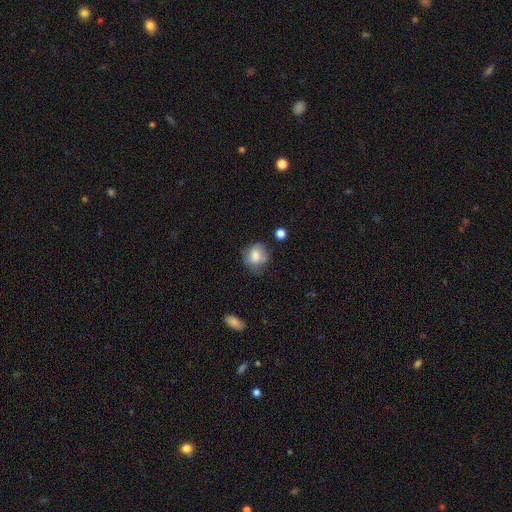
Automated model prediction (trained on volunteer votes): smooth_or_featured: smooth (p=0.75) [alt: featured or disk p=0.16]
how_rounded: round (p=0.70) [alt: in between p=0.29]
merging: none (p=0.58) [alt: minor disturbance p=0.27]